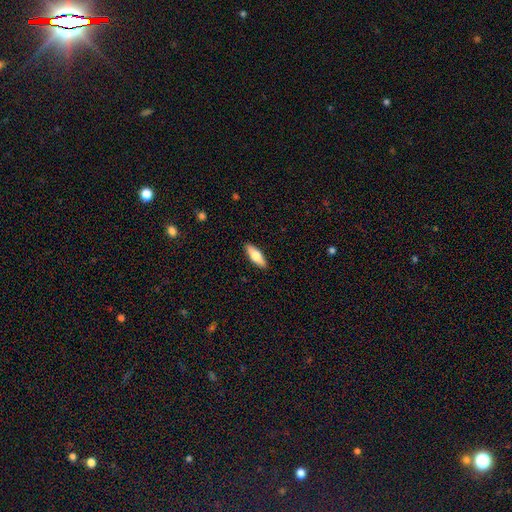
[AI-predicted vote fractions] Q: Smooth or featured?
A: smooth (64%); runner-up: featured or disk (31%)
Q: How rounded?
A: in between (59%); runner-up: cigar-shaped (38%)
Q: Merging?
A: none (89%); runner-up: minor disturbance (8%)